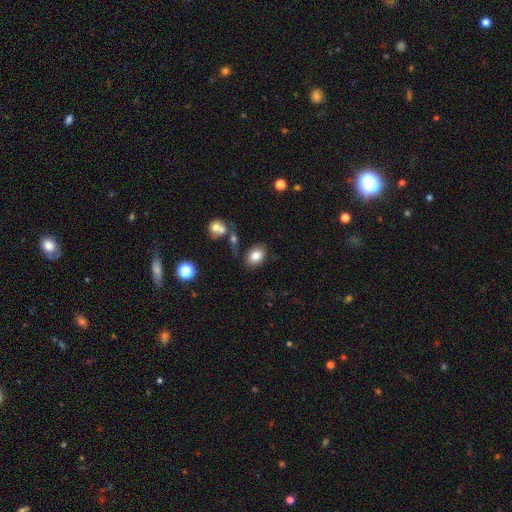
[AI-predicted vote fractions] smooth 83%, star or artifact 9%, featured or disk 9%. Down the decision tree: how rounded — in between (73%); merging — none (75%).